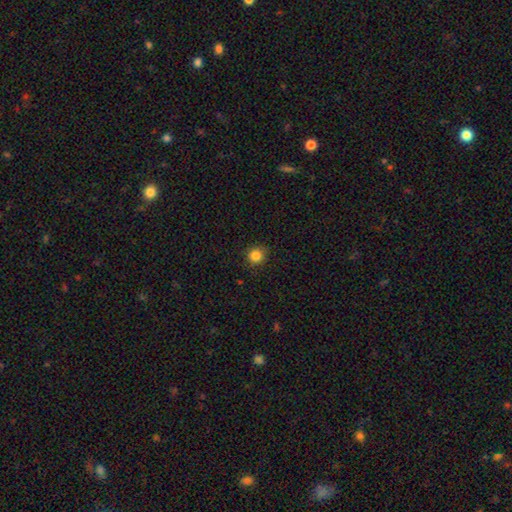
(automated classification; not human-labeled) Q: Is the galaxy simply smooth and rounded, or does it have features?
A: smooth — 84%.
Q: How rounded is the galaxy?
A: round — 93%.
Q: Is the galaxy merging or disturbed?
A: none — 88%.